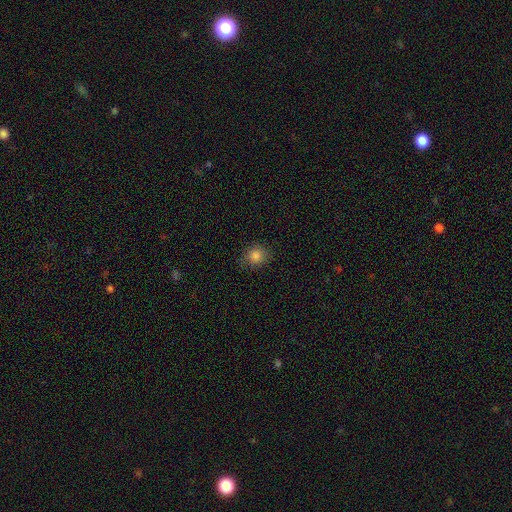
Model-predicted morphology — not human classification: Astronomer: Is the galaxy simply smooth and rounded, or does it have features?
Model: smooth — 84%.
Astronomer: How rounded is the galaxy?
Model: round — 77%.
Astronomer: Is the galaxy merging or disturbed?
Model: none — 83%.